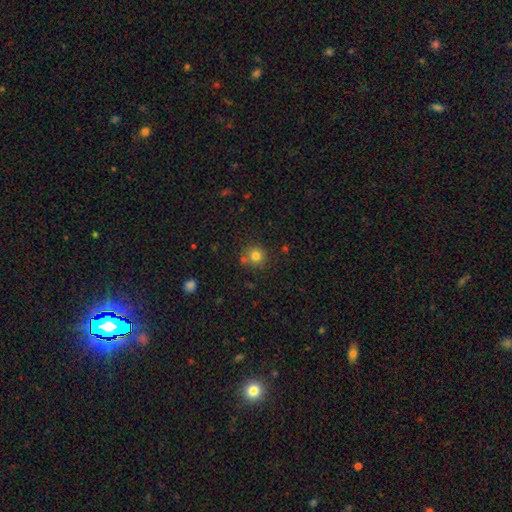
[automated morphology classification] A smooth galaxy with no disk features (79%) that is round (92%). Merging: none (78%).